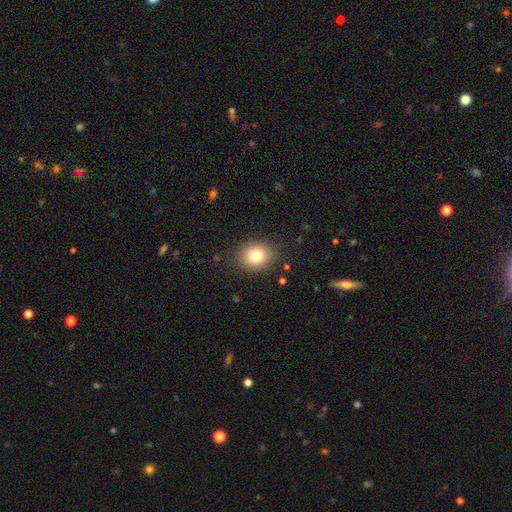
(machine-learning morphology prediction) smooth 79%, star or artifact 11%, featured or disk 10%. Down the decision tree: how rounded — round (67%); merging — none (88%).